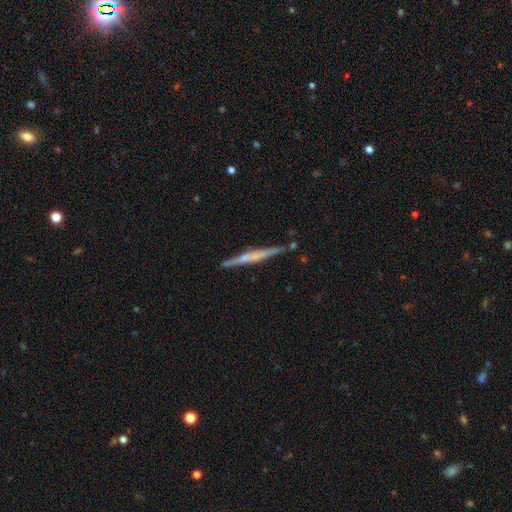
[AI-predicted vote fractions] featured or disk 65%, smooth 29%, star or artifact 6%. Down the decision tree: edge-on disk — yes (97%); edge-on bulge — none (48%); merging — none (84%).